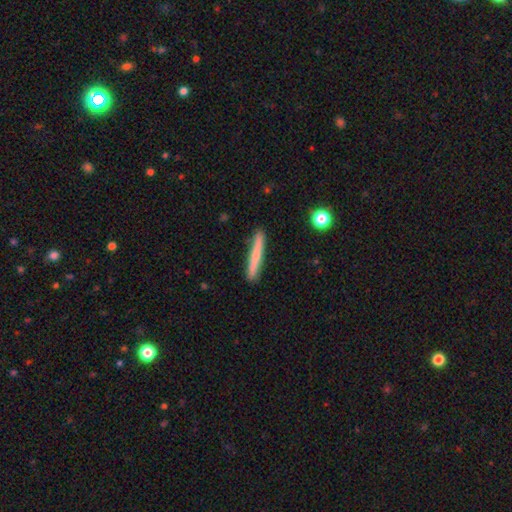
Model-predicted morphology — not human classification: type=smooth (65%); roundness=cigar-shaped (96%); merging=none (87%).